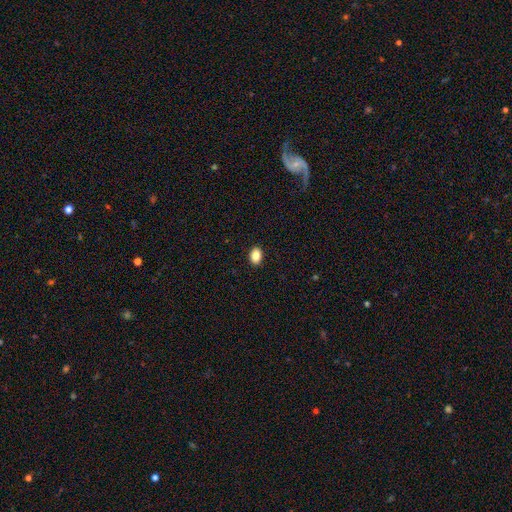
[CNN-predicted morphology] Smooth or featured: smooth — 87% (star or artifact — 9%)
How rounded: in between — 78% (round — 21%)
Merging: none — 91% (minor disturbance — 6%)